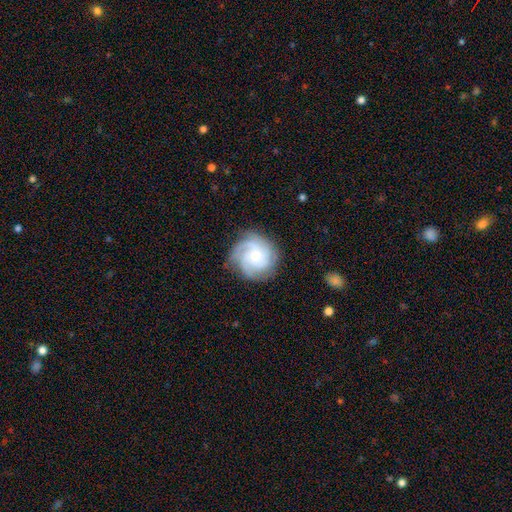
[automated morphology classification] featured or disk 82%, smooth 12%, star or artifact 6%. Down the decision tree: edge-on disk — no (98%); bar — no (76%); spiral arms — yes (97%); spiral arm count — 3 (47%); spiral winding — tight (59%); bulge size — small (63%); merging — none (78%).